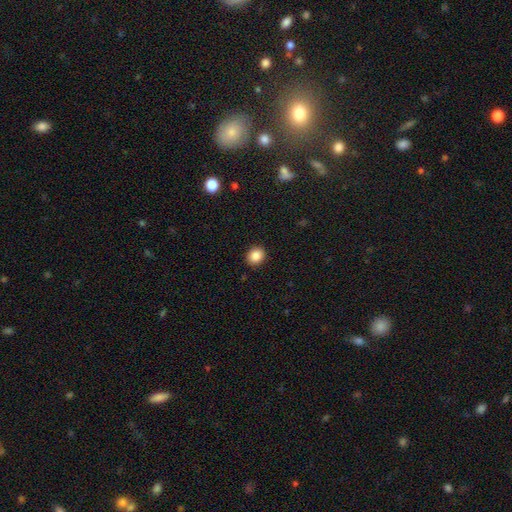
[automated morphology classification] type=smooth (87%); roundness=round (73%); merging=none (91%).